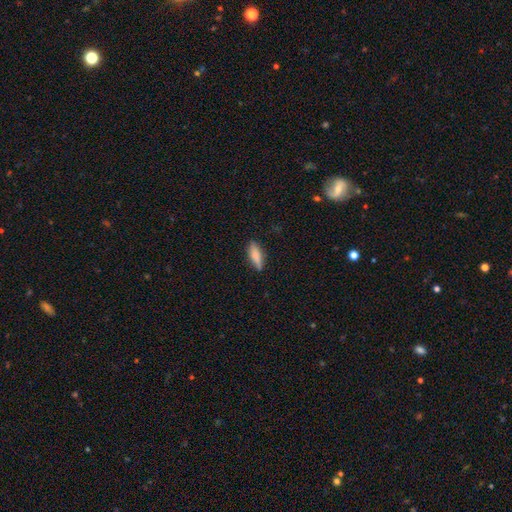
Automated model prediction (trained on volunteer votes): smooth-or-featured: smooth: 77% | featured or disk: 16% | star or artifact: 7%
  how-rounded: cigar-shaped: 51% | in between: 46% | round: 2%
  merging: none: 82% | minor disturbance: 14% | major disturbance: 3% | merger: 1%